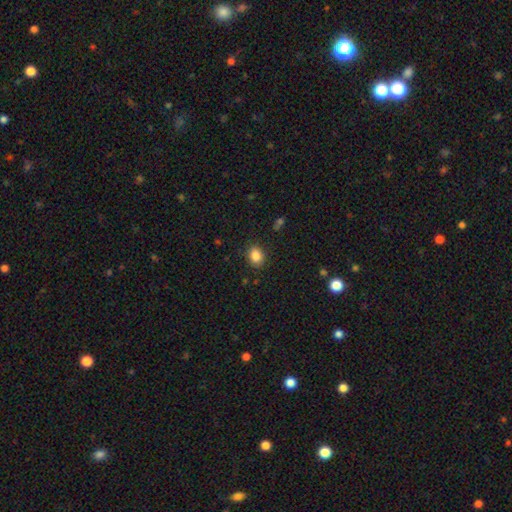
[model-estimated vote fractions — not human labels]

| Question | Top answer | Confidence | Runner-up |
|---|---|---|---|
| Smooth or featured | smooth | 86% | star or artifact (9%) |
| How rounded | in between | 60% | round (39%) |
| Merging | none | 87% | minor disturbance (9%) |